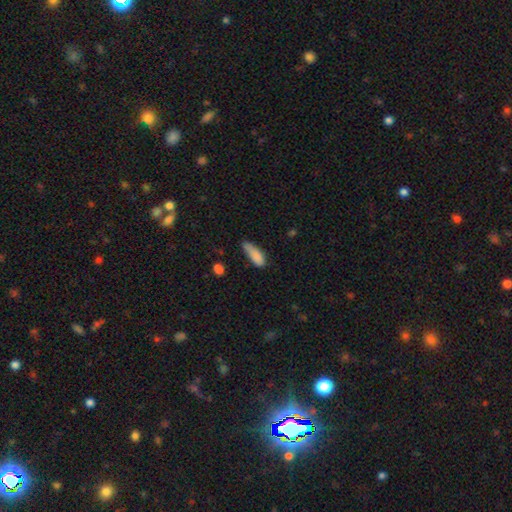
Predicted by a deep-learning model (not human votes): A smooth galaxy with no disk features (84%) that is in between round and cigar-shaped (60%). Merging: minor disturbance (41%).